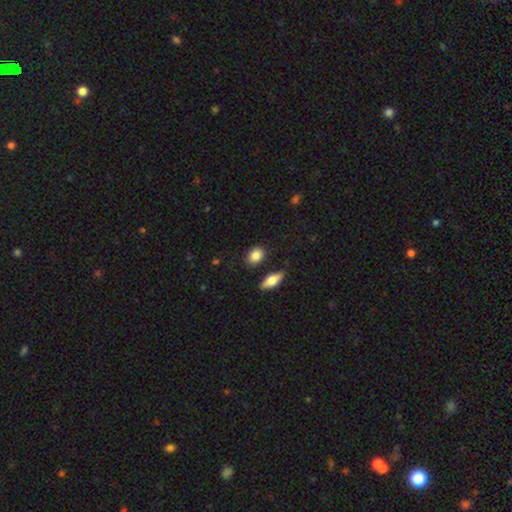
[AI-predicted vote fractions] Q: Smooth or featured?
A: smooth (86%); runner-up: star or artifact (8%)
Q: How rounded?
A: in between (59%); runner-up: round (38%)
Q: Merging?
A: none (82%); runner-up: minor disturbance (12%)